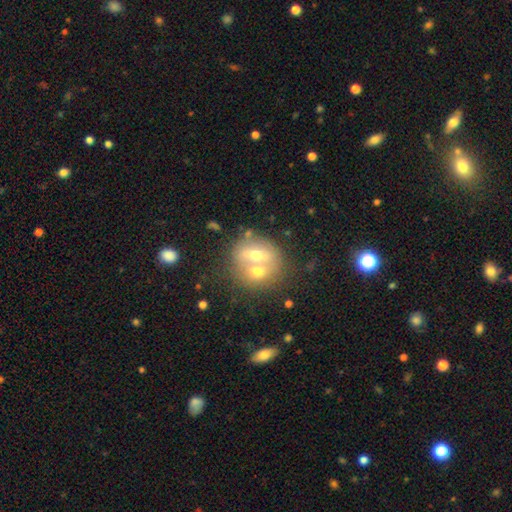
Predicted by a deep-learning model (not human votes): smooth 52%, featured or disk 37%, star or artifact 11%. Down the decision tree: how rounded — round (66%); merging — merger (59%).